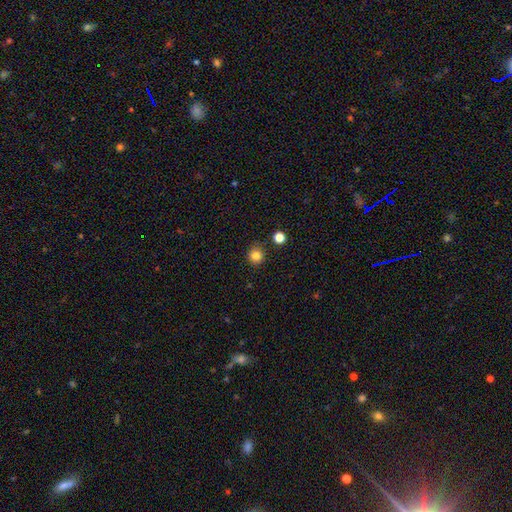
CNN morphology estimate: Smooth or featured: smooth — 83% (star or artifact — 13%)
How rounded: round — 92% (in between — 7%)
Merging: none — 87% (minor disturbance — 8%)